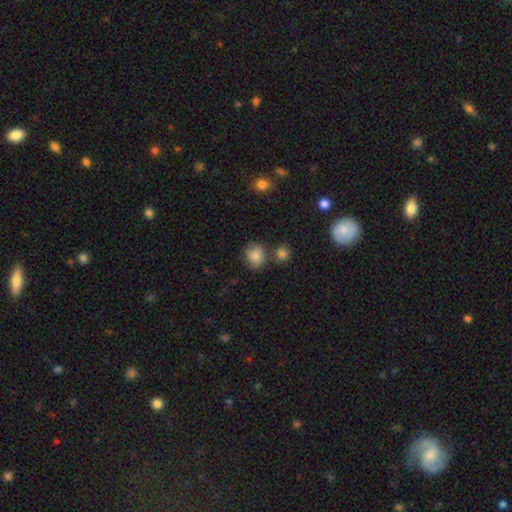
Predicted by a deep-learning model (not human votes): Morphology: type=smooth (83%); roundness=round (69%); merging=none (64%).